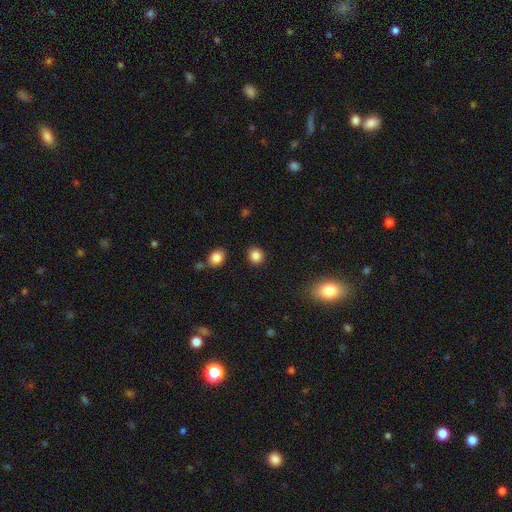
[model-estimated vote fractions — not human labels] Overall: smooth (86%). How rounded: round (85%). Merging: none (90%).